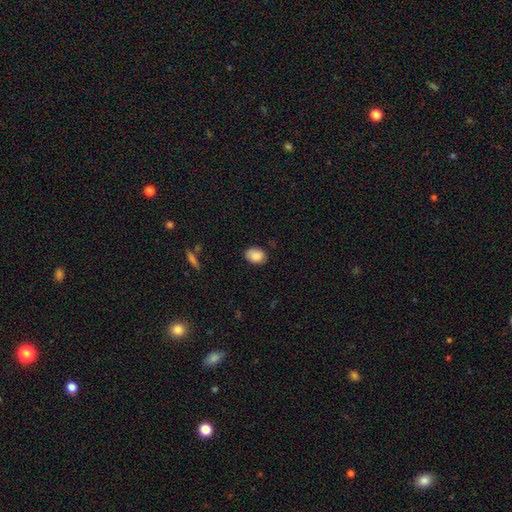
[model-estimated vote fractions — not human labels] This appears to be a smooth galaxy with no disk features (87%) that is in between round and cigar-shaped (75%). Merging: none (82%).